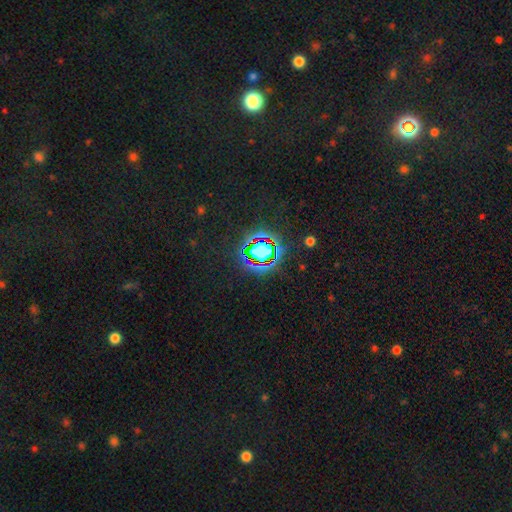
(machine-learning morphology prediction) Smooth or featured?
  - star or artifact: 78% *
  - smooth: 13%
  - featured or disk: 9%